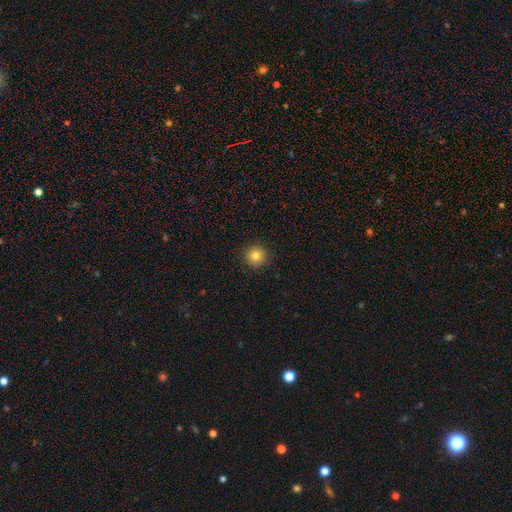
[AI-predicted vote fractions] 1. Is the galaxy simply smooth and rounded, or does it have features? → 82% smooth, 12% star or artifact, 6% featured or disk.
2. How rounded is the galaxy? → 95% round, 4% in between, 1% cigar-shaped.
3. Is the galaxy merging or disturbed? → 92% none, 5% minor disturbance, 2% major disturbance, 1% merger.